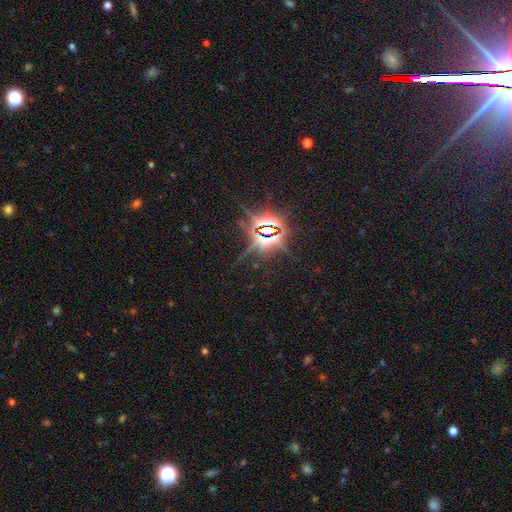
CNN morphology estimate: Overall: star or artifact (86%).